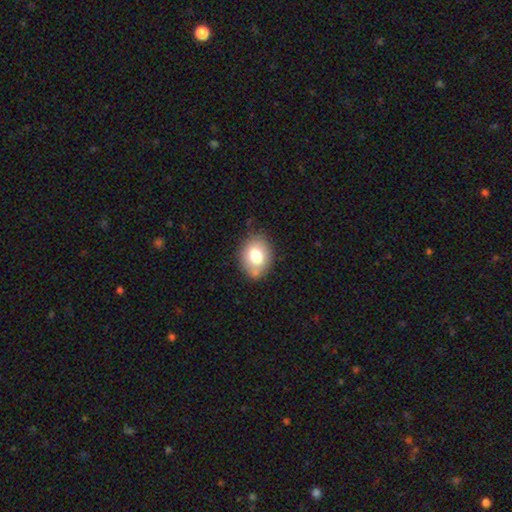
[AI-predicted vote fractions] This appears to be a smooth galaxy with no disk features (76%) that is in between round and cigar-shaped (58%). Merging: none (73%).